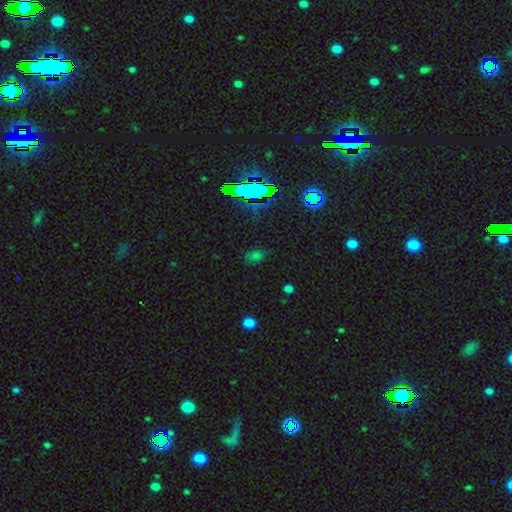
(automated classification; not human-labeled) Smooth or featured? smooth (53%)
How rounded? in between (60%)
Merging? none (80%)